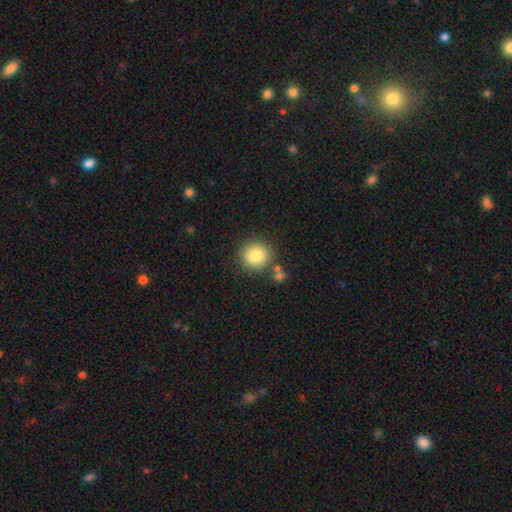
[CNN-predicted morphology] Smooth or featured? smooth (85%)
How rounded? round (83%)
Merging? none (78%)